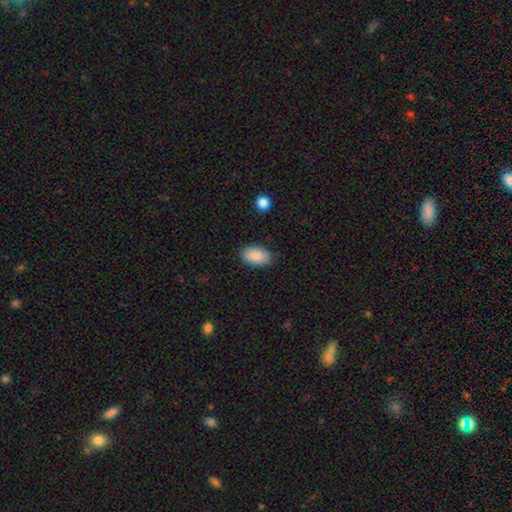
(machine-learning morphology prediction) This appears to be a smooth galaxy with no disk features (89%) that is in between round and cigar-shaped (93%). Merging: none (84%).